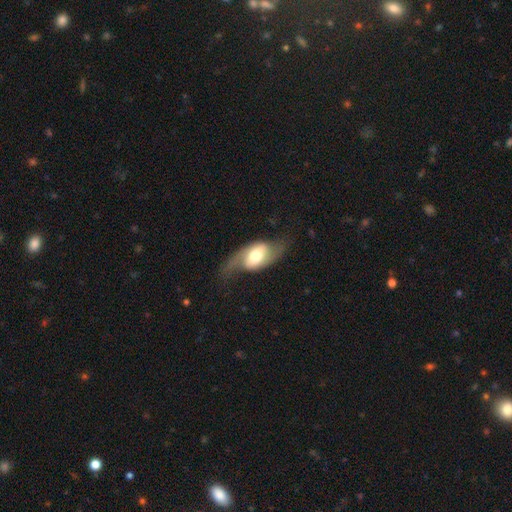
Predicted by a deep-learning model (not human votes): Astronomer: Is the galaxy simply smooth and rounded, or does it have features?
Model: featured or disk — 75%.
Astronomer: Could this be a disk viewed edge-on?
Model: no — 92%.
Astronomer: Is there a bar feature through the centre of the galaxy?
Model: no — 41% (runner-up: weak, 37%).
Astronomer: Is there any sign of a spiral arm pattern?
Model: yes — 91%.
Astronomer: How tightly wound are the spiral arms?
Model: loose — 68%.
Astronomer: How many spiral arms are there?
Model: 2 — 92%.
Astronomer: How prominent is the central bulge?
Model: moderate — 53%.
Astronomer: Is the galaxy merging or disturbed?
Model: none — 65%.